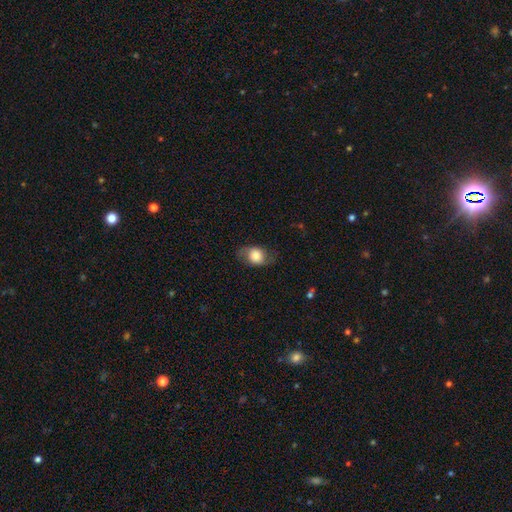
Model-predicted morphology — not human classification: smooth_or_featured: smooth (p=0.66) [alt: featured or disk p=0.26]
how_rounded: in between (p=0.64) [alt: round p=0.34]
merging: none (p=0.74) [alt: minor disturbance p=0.17]